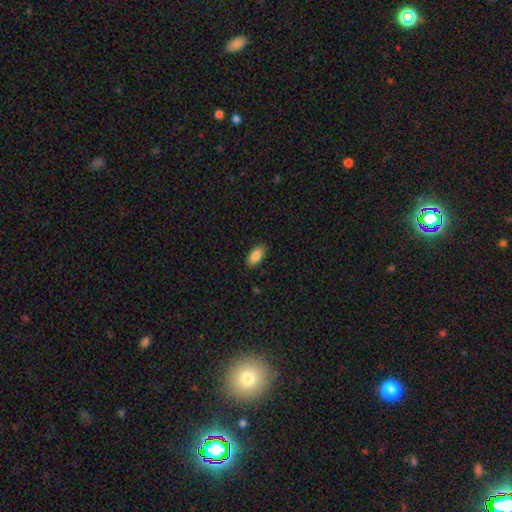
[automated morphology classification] A smooth galaxy with no disk features (86%) that is in between round and cigar-shaped (90%).

Vote fractions:
- Smooth or featured? smooth: 86% / featured or disk: 8% / star or artifact: 7%
- How rounded? in between: 90% / cigar-shaped: 8% / round: 2%
- Merging? none: 87% / minor disturbance: 10% / major disturbance: 2% / merger: 1%